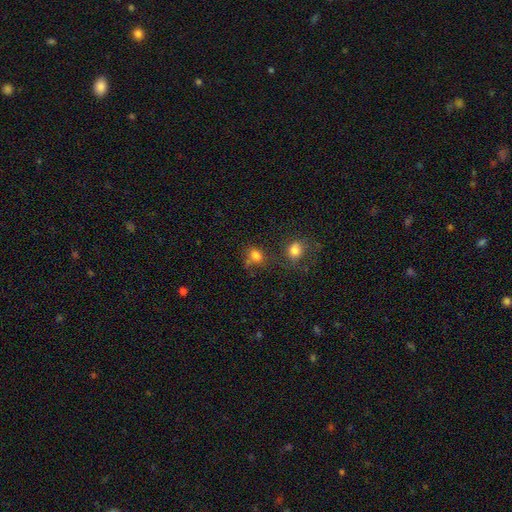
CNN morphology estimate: Smooth or featured: smooth — 78% (star or artifact — 14%)
How rounded: round — 56% (in between — 42%)
Merging: none — 55% (merger — 22%)